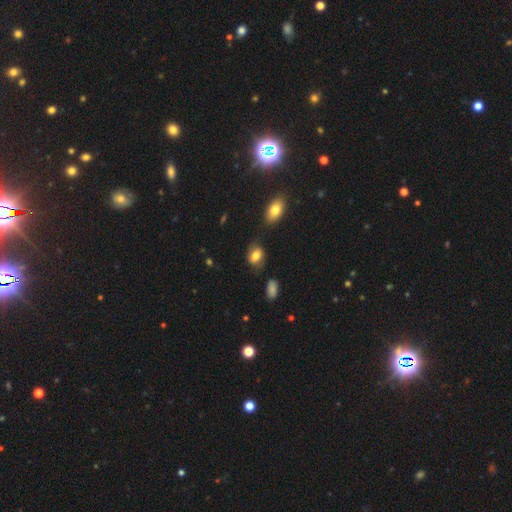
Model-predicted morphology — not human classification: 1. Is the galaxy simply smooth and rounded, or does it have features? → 75% smooth, 16% featured or disk, 9% star or artifact.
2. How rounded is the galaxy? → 73% in between, 25% round, 2% cigar-shaped.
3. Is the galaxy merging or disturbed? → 64% none, 23% minor disturbance, 8% major disturbance, 5% merger.